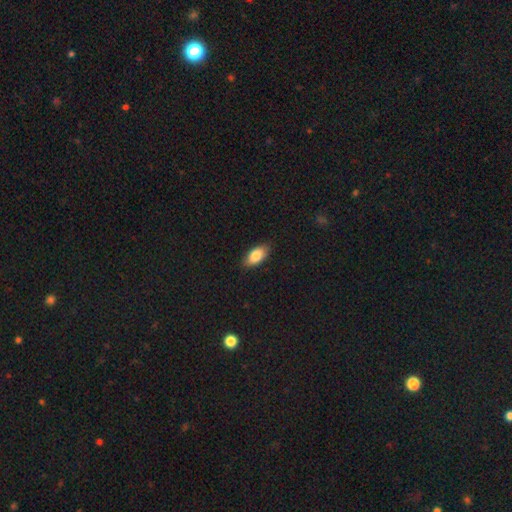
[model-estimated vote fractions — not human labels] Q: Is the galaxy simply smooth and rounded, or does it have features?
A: smooth — 83%.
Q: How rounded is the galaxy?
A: in between — 91%.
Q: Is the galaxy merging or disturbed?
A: none — 86%.